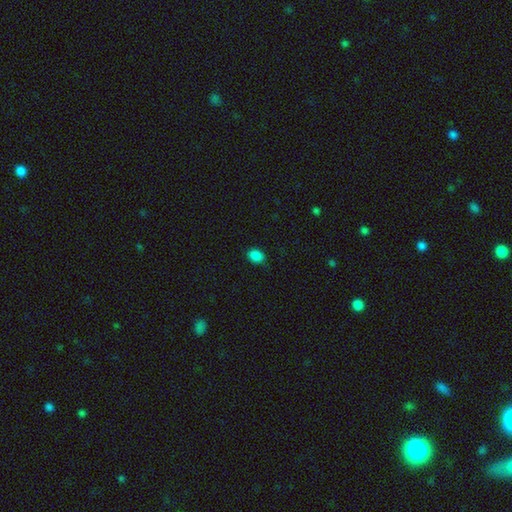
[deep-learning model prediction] A smooth galaxy with no disk features (86%) that is in between round and cigar-shaped (69%). Merging: none (84%).